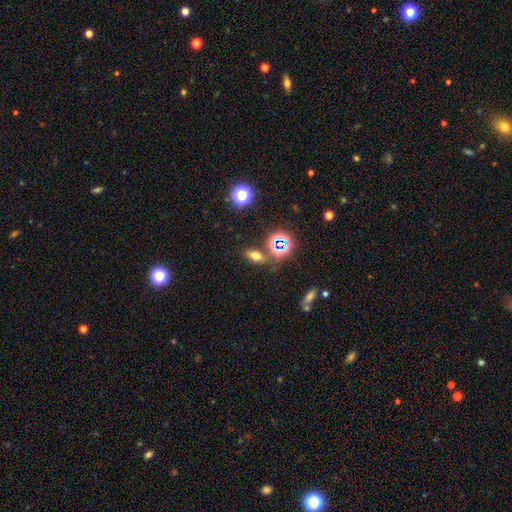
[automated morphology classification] This is likely a smooth galaxy (61%). How rounded: likely in between (78%). Merging: likely none (75%).